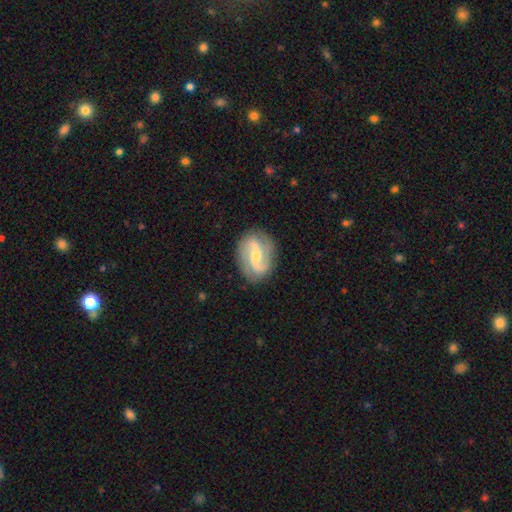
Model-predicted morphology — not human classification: Smooth or featured? featured or disk (85%)
Edge-on disk? no (97%)
Bar? weak (44%)
Spiral arms? yes (96%)
Spiral winding? medium (47%)
Spiral arm count? 2 (88%)
Bulge size? small (52%)
Merging? none (83%)